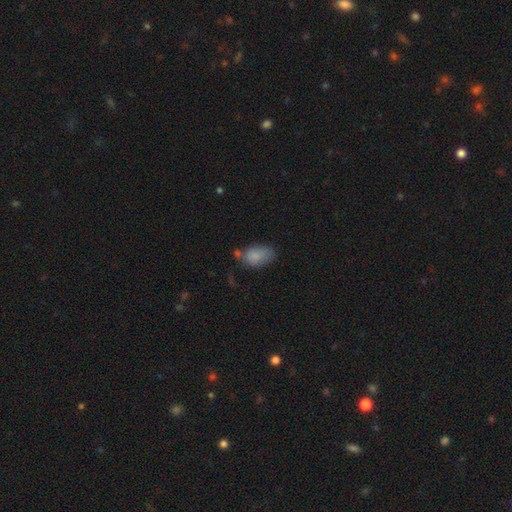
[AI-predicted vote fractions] Smooth or featured? smooth (81%)
How rounded? in between (89%)
Merging? none (45%)